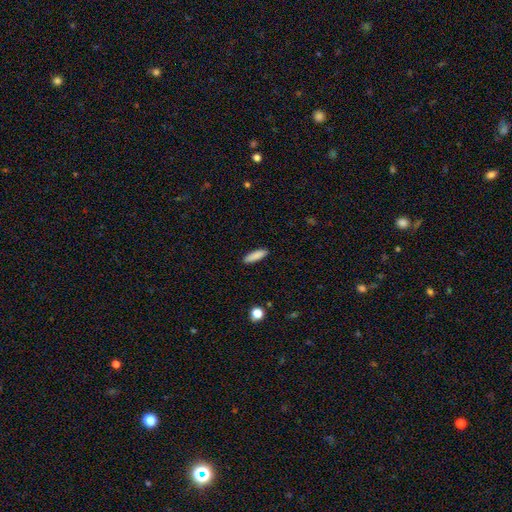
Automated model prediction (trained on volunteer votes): This is clearly a smooth galaxy (87%). How rounded: likely cigar-shaped (66%). Merging: clearly none (89%).